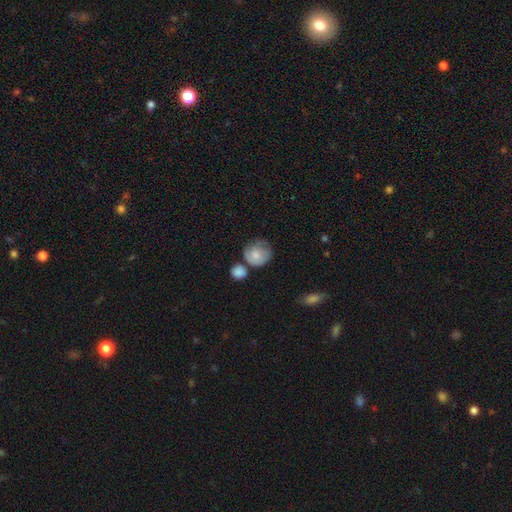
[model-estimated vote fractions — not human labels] The model was most divided on "merging": none: 47%, minor disturbance: 25%, merger: 15%, major disturbance: 13%. More confident: how rounded — round (79%); smooth or featured — smooth (58%).